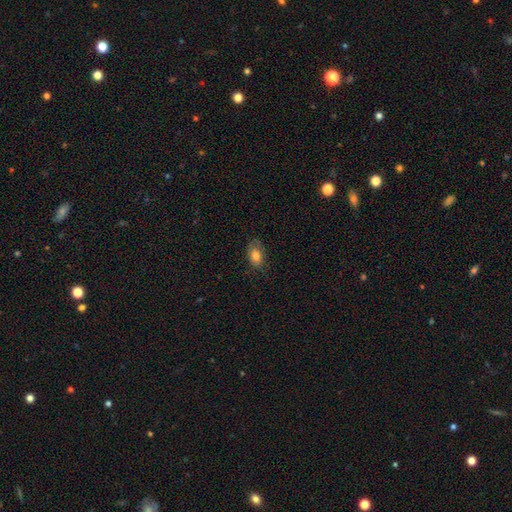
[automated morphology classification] A smooth galaxy with no disk features (77%) that is in between round and cigar-shaped (87%).

Vote fractions:
- Smooth or featured? smooth: 77% / featured or disk: 14% / star or artifact: 9%
- How rounded? in between: 87% / round: 12% / cigar-shaped: 2%
- Merging? none: 69% / minor disturbance: 22% / major disturbance: 7% / merger: 1%